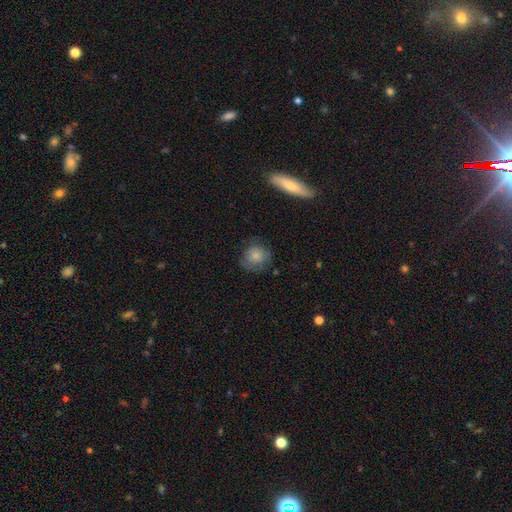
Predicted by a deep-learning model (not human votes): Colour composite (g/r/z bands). It shows a smooth galaxy with no disk features (80%) that is round (83%). Merging: none (70%).